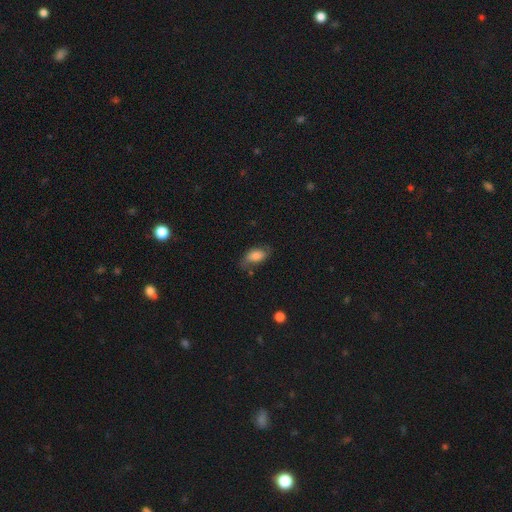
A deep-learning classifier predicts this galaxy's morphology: This appears to be a smooth galaxy with no disk features (65%) that is in between round and cigar-shaped (88%). Merging: none (62%).